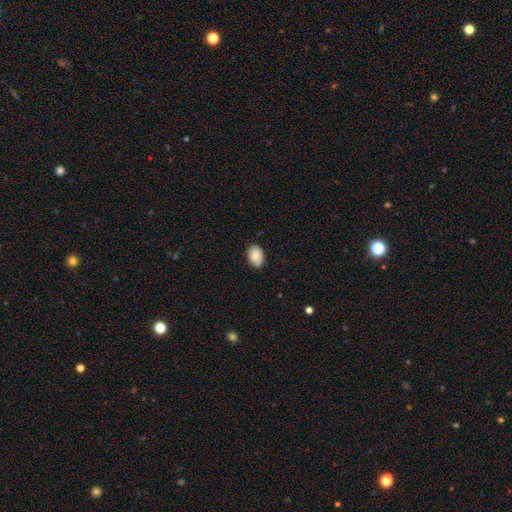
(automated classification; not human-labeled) smooth_or_featured: smooth (p=0.83) [alt: featured or disk p=0.09]
how_rounded: in between (p=0.83) [alt: round p=0.16]
merging: none (p=0.77) [alt: minor disturbance p=0.20]